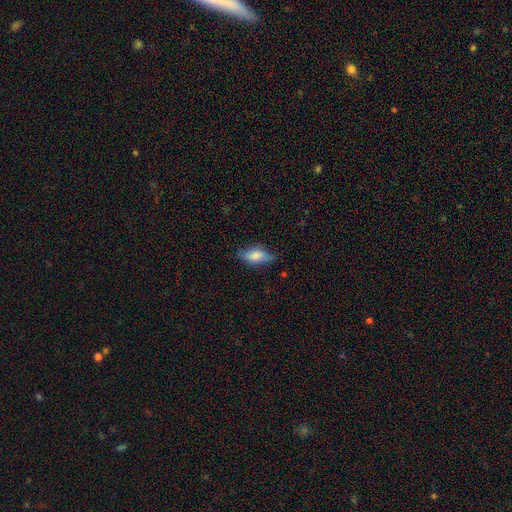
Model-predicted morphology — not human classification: smooth_or_featured: smooth (p=0.67) [alt: featured or disk p=0.25]
how_rounded: in between (p=0.76) [alt: cigar-shaped p=0.20]
merging: none (p=0.68) [alt: minor disturbance p=0.25]